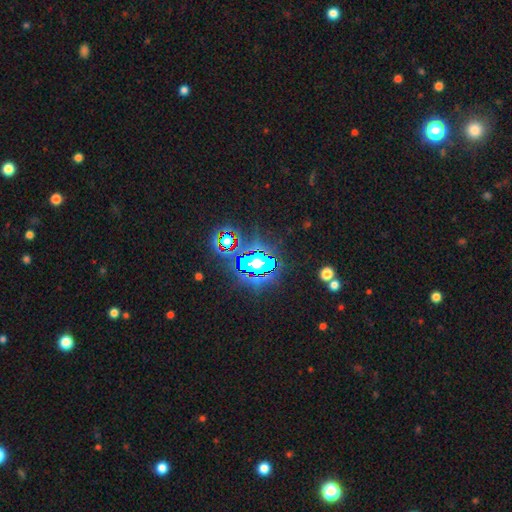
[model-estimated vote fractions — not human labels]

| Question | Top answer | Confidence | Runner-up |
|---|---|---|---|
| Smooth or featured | star or artifact | 83% | smooth (10%) |